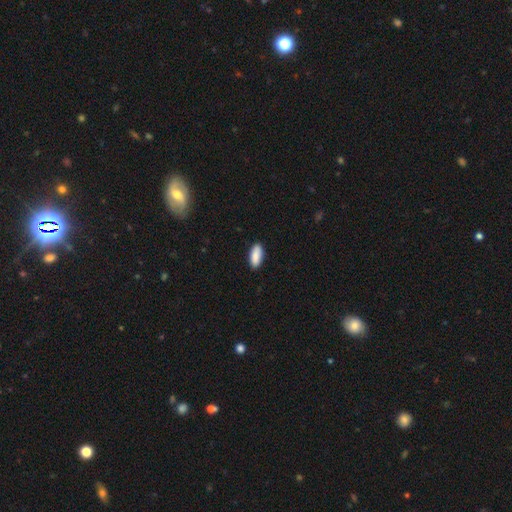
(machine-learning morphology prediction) type=smooth (89%); roundness=in between (84%); merging=none (88%).